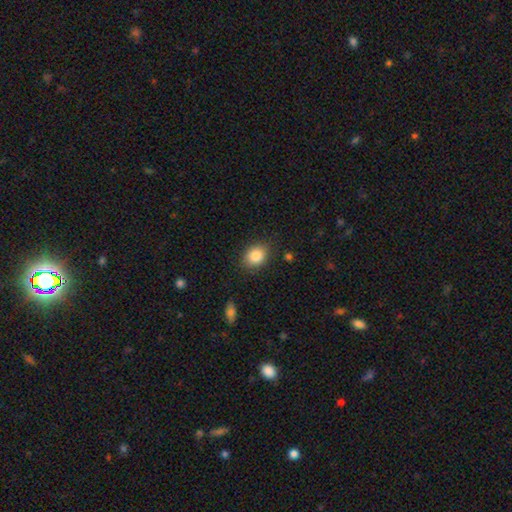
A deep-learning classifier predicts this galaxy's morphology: Smooth or featured: smooth — 85% (star or artifact — 9%)
How rounded: round — 50% (in between — 49%)
Merging: none — 84% (minor disturbance — 12%)